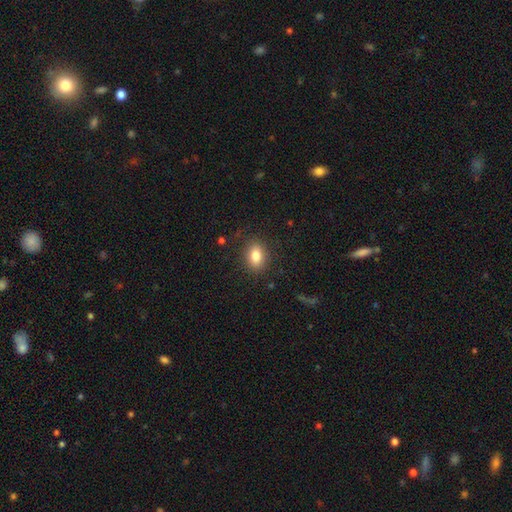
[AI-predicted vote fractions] Q: Smooth or featured?
A: smooth (82%); runner-up: star or artifact (9%)
Q: How rounded?
A: in between (71%); runner-up: round (28%)
Q: Merging?
A: none (87%); runner-up: minor disturbance (9%)